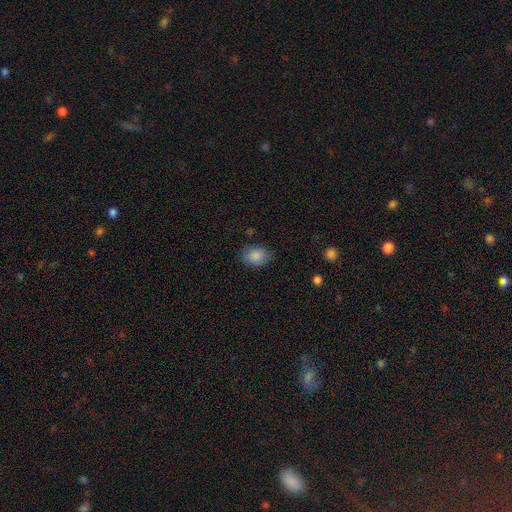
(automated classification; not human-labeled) Q: Smooth or featured?
A: smooth (87%); runner-up: star or artifact (8%)
Q: How rounded?
A: in between (68%); runner-up: round (31%)
Q: Merging?
A: none (82%); runner-up: minor disturbance (14%)